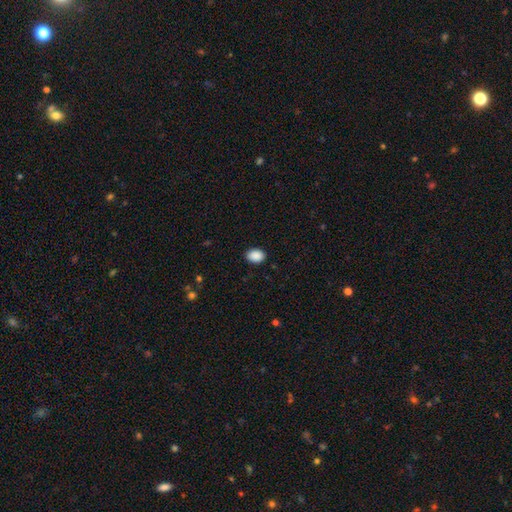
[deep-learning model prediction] The model was most divided on "how rounded": in between: 75%, round: 24%, cigar-shaped: 1%. More confident: smooth or featured — smooth (90%); merging — none (88%).